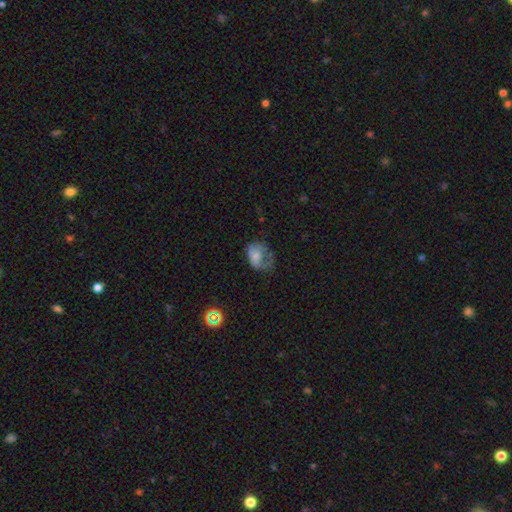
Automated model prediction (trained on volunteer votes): Smooth or featured? Predicted: smooth (p=0.60). How rounded? Predicted: in between (p=0.66). Merging? Predicted: major disturbance (p=0.41).